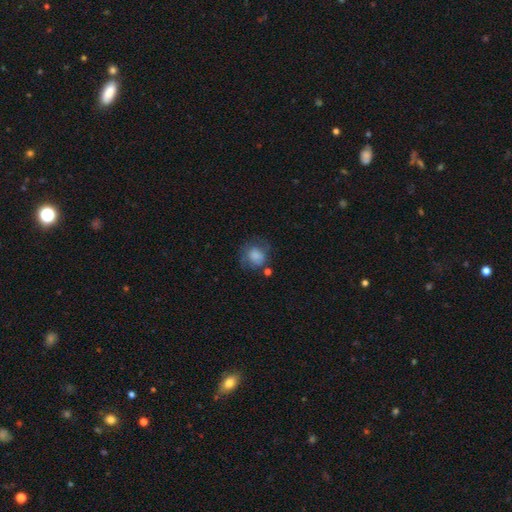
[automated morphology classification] Smooth or featured? Predicted: smooth (p=0.69). How rounded? Predicted: round (p=0.73). Merging? Predicted: none (p=0.48).